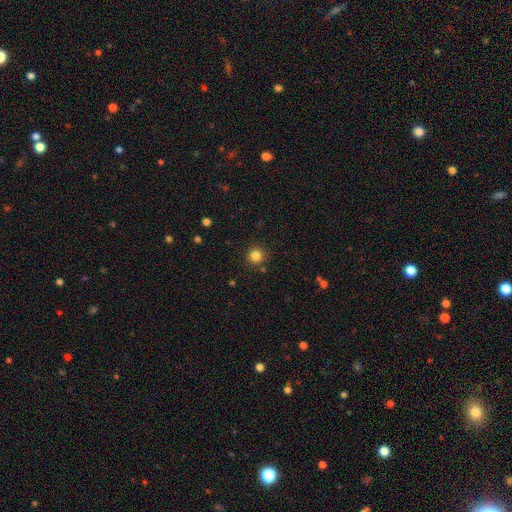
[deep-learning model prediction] Overall: smooth (82%). How rounded: round (94%). Merging: none (88%).